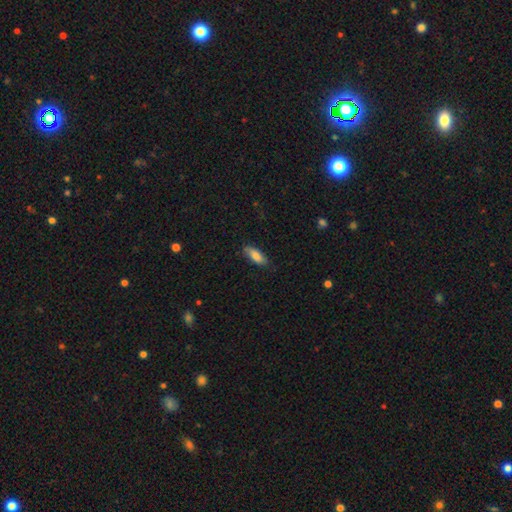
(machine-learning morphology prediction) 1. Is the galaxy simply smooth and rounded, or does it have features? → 81% smooth, 13% featured or disk, 6% star or artifact.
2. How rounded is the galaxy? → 71% in between, 28% cigar-shaped, 2% round.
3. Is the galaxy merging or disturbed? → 82% none, 15% minor disturbance, 3% major disturbance, 1% merger.